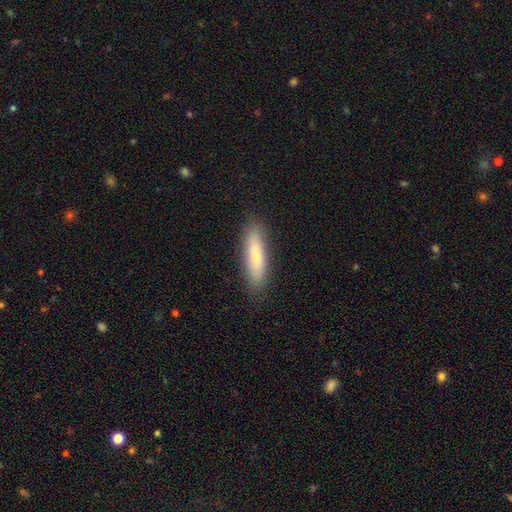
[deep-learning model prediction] Smooth or featured? smooth (74%)
How rounded? cigar-shaped (74%)
Merging? none (88%)